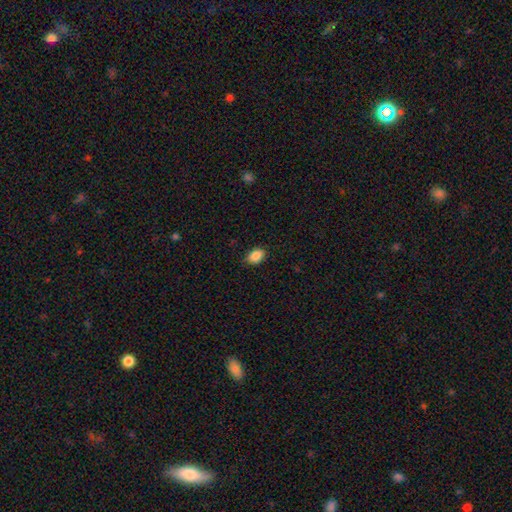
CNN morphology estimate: Smooth or featured? smooth (88%)
How rounded? in between (84%)
Merging? none (85%)